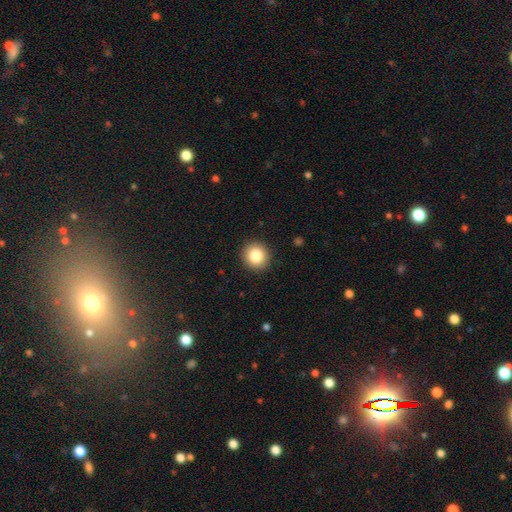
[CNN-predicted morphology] Q: Smooth or featured?
A: smooth (84%); runner-up: star or artifact (10%)
Q: How rounded?
A: round (92%); runner-up: in between (7%)
Q: Merging?
A: none (92%); runner-up: minor disturbance (5%)